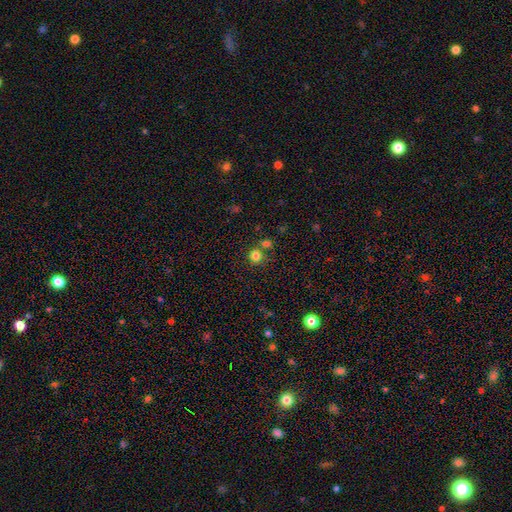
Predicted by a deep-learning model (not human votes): This is clearly a smooth galaxy (81%). How rounded: clearly round (87%). Merging: likely none (67%).